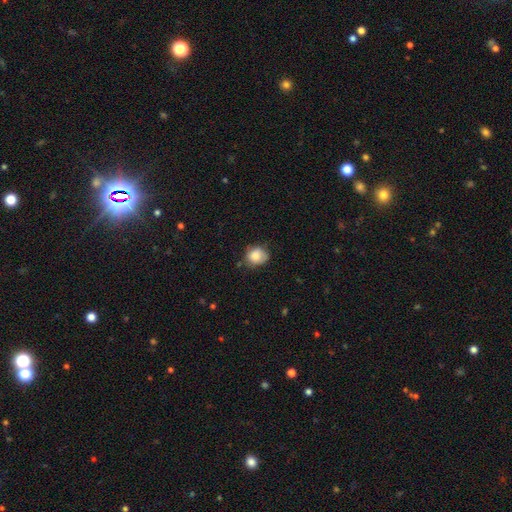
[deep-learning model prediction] This is clearly a smooth galaxy (85%). How rounded: likely round (71%). Merging: likely none (66%).